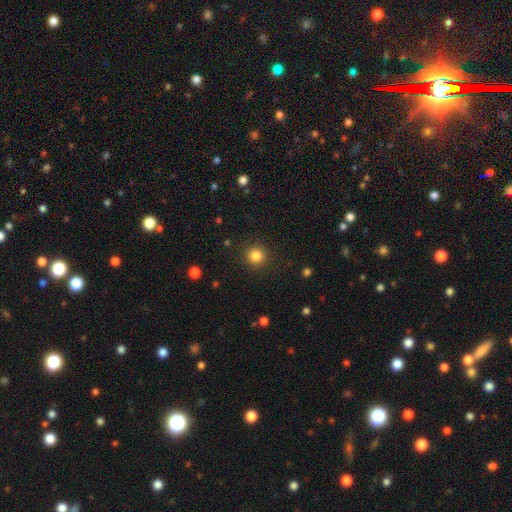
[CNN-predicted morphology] Smooth or featured?
  - smooth: 84% *
  - star or artifact: 12%
  - featured or disk: 5%
How rounded?
  - round: 94% *
  - in between: 6%
  - cigar-shaped: 1%
Merging?
  - none: 91% *
  - minor disturbance: 6%
  - major disturbance: 2%
  - merger: 1%